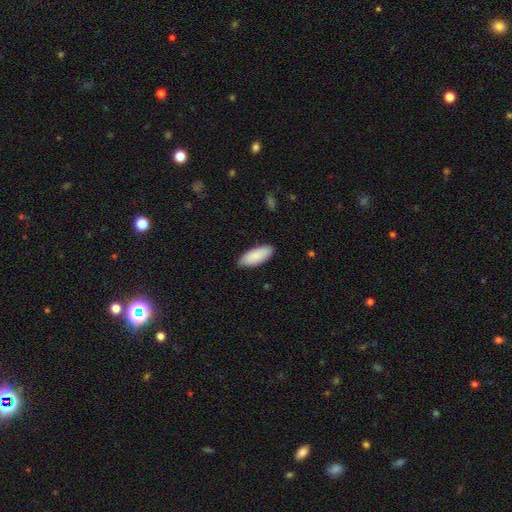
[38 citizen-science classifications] A smooth galaxy with no disk features (95%) that is in between round and cigar-shaped (78%).

Vote fractions:
- Smooth or featured? smooth: 95% / featured or disk: 3% / star or artifact: 3%
- How rounded? in between: 78% / cigar-shaped: 19% / round: 3%
- Merging? none: 84% / minor disturbance: 14% / merger: 3% / major disturbance: 0%